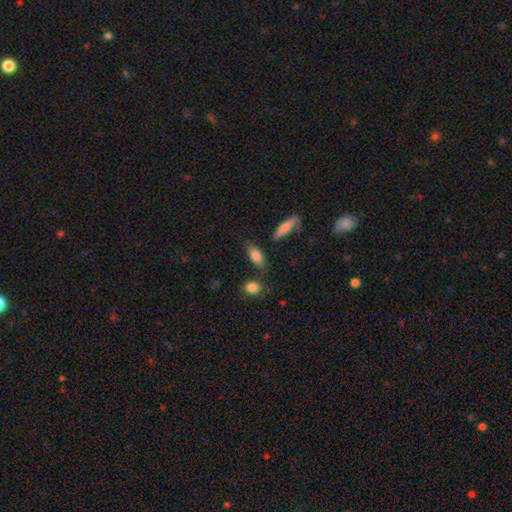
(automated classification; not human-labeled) Smooth or featured? smooth (83%)
How rounded? in between (82%)
Merging? none (70%)